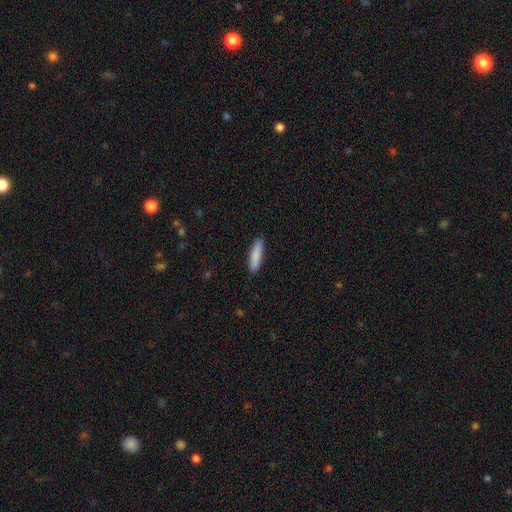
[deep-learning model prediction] smooth-or-featured: smooth: 86% | featured or disk: 8% | star or artifact: 6%
  how-rounded: cigar-shaped: 74% | in between: 25% | round: 1%
  merging: none: 88% | minor disturbance: 9% | major disturbance: 2% | merger: 1%